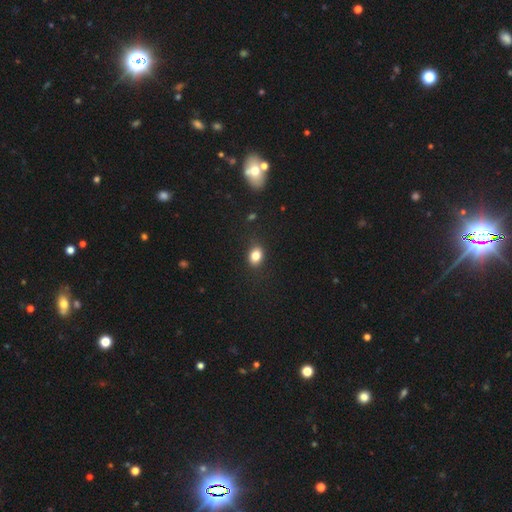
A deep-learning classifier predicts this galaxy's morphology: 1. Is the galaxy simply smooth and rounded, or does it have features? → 83% smooth, 10% star or artifact, 7% featured or disk.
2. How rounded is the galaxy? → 66% in between, 33% round, 1% cigar-shaped.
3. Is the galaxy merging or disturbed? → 85% none, 11% minor disturbance, 3% major disturbance, 1% merger.